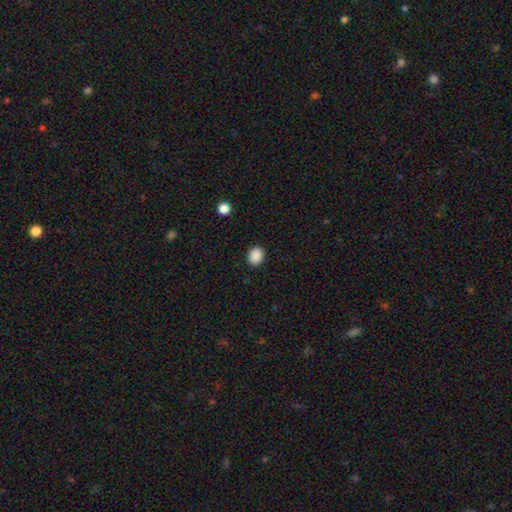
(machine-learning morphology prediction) The model was most divided on "how rounded": round: 62%, in between: 37%, cigar-shaped: 1%. More confident: merging — none (91%); smooth or featured — smooth (89%).